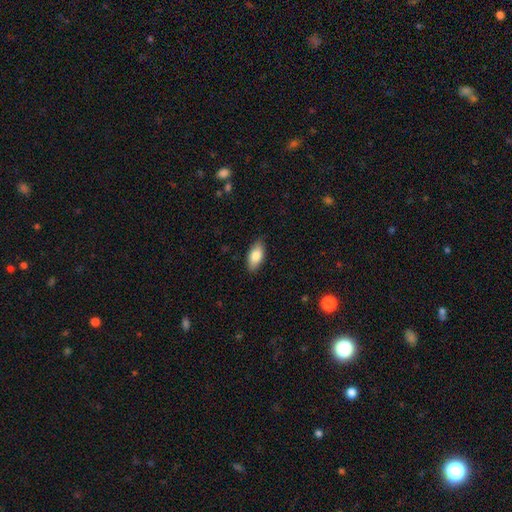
smooth-or-featured: smooth: 77% | featured or disk: 23% | star or artifact: 0%
  how-rounded: in between: 90% | round: 7% | cigar-shaped: 3%
  merging: none: 74% | minor disturbance: 15% | major disturbance: 8% | merger: 3%